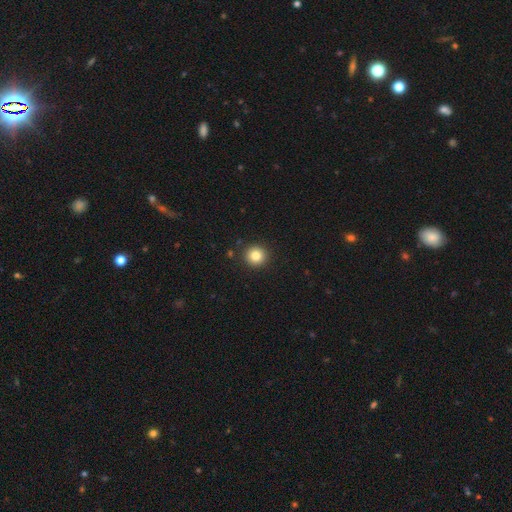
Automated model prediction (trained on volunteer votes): smooth-or-featured: smooth: 83% | star or artifact: 11% | featured or disk: 6%
  how-rounded: round: 94% | in between: 5% | cigar-shaped: 1%
  merging: none: 91% | minor disturbance: 5% | major disturbance: 2% | merger: 1%